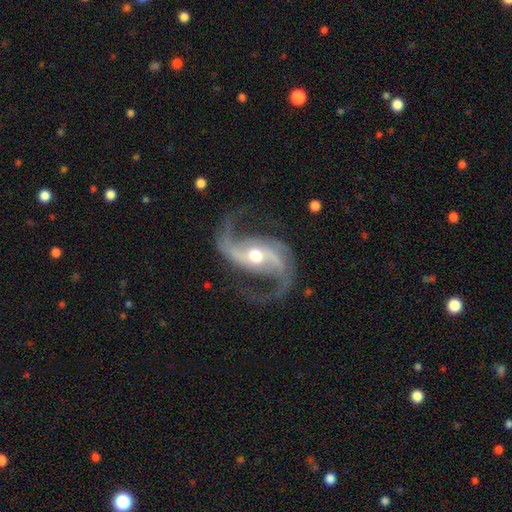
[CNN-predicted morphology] The model was most divided on "bar": strong: 39%, weak: 34%, no: 26%. Remaining: spiral arms — yes (98%); edge-on disk — no (98%); spiral arm count — 2 (94%); smooth or featured — featured or disk (93%); merging — none (78%); bulge size — moderate (71%); spiral winding — loose (49%).